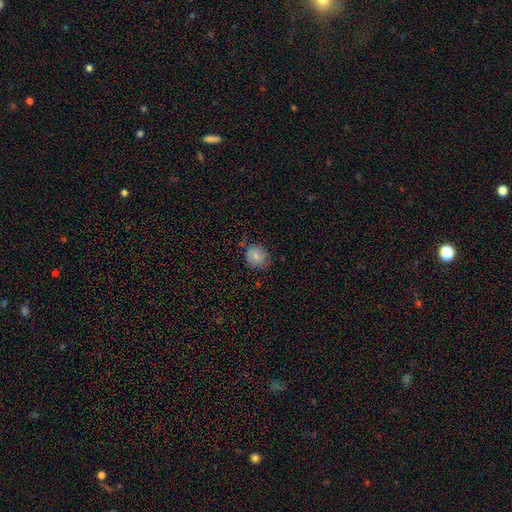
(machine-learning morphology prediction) A smooth galaxy with no disk features (77%) that is round (75%). Merging: none (69%).